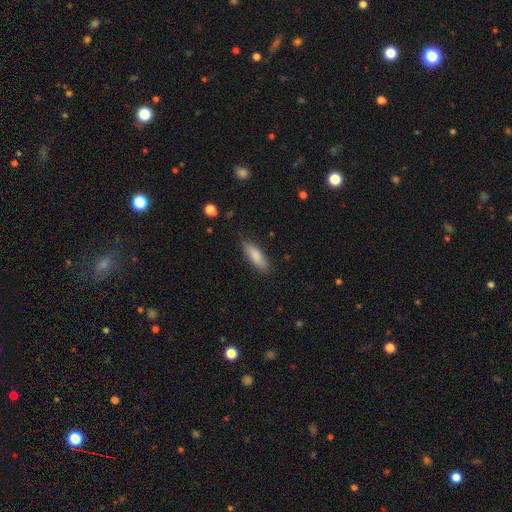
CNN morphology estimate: smooth_or_featured: smooth (p=0.85) [alt: featured or disk p=0.09]
how_rounded: in between (p=0.54) [alt: cigar-shaped p=0.44]
merging: none (p=0.82) [alt: minor disturbance p=0.14]